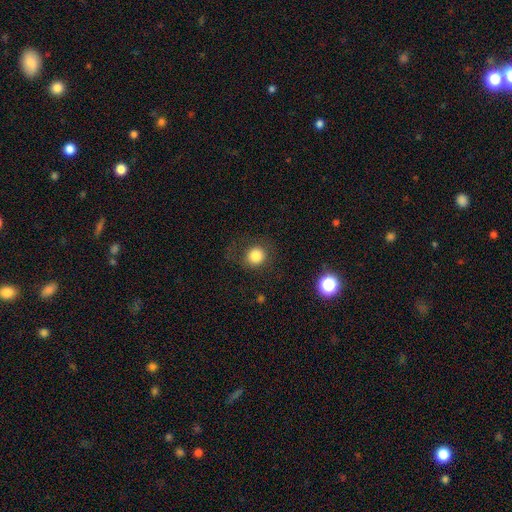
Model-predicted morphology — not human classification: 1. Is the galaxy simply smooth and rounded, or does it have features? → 81% smooth, 11% star or artifact, 8% featured or disk.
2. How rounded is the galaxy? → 87% round, 12% in between, 1% cigar-shaped.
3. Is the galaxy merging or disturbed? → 76% none, 13% minor disturbance, 10% major disturbance, 2% merger.